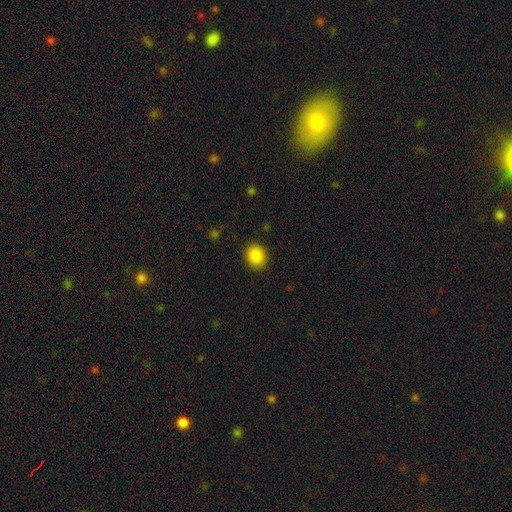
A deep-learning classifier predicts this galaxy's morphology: This appears to be a smooth galaxy with no disk features (86%) that is round (66%). Merging: none (89%).